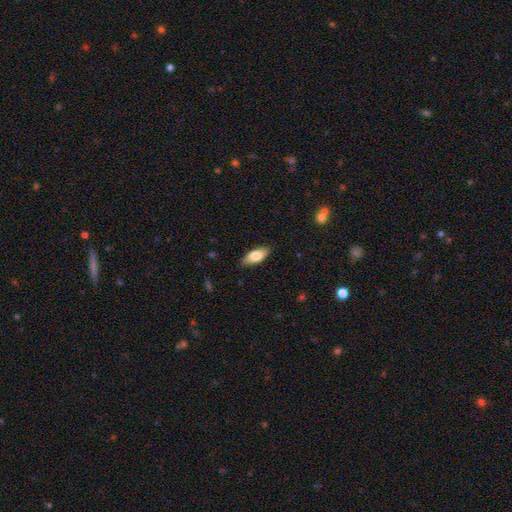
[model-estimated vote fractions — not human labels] Smooth or featured? Predicted: smooth (p=0.74). How rounded? Predicted: in between (p=0.82). Merging? Predicted: none (p=0.84).